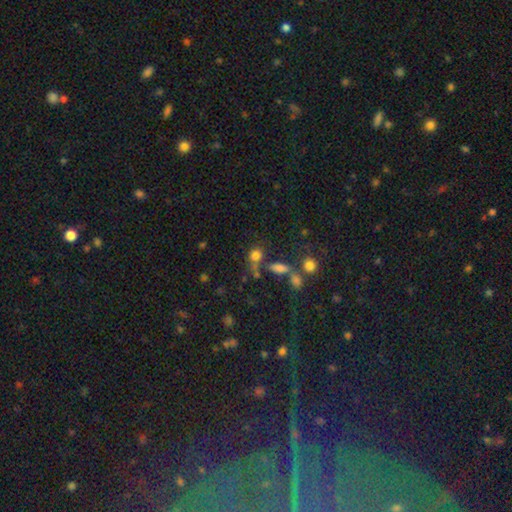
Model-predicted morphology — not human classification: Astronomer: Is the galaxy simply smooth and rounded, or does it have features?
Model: smooth — 75%.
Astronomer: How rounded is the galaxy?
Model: round — 69%.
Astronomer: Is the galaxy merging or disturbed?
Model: none — 52%.